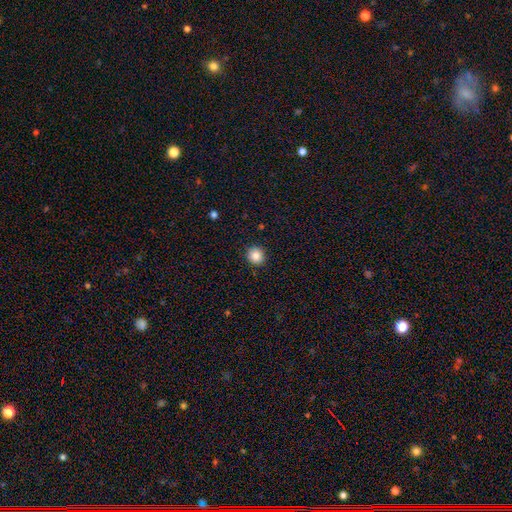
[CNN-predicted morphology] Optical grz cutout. It shows a smooth galaxy with no disk features (85%) that is round (92%). Merging: none (92%).